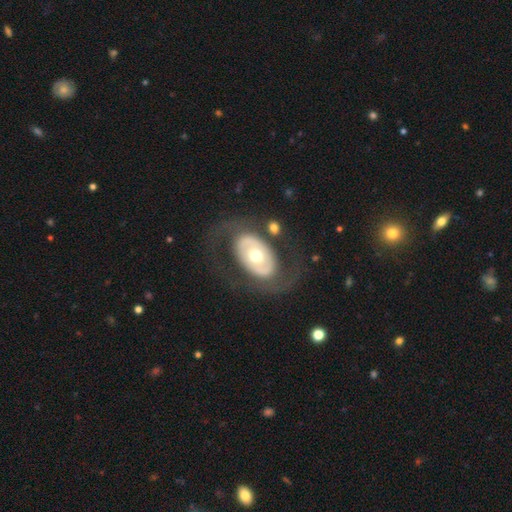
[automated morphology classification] Overall: featured or disk (69%). Edge-on disk: no (92%). Bar: no (79%). Spiral arms: no (61%; yes 39%). Bulge size: moderate (74%). Merging: none (71%).